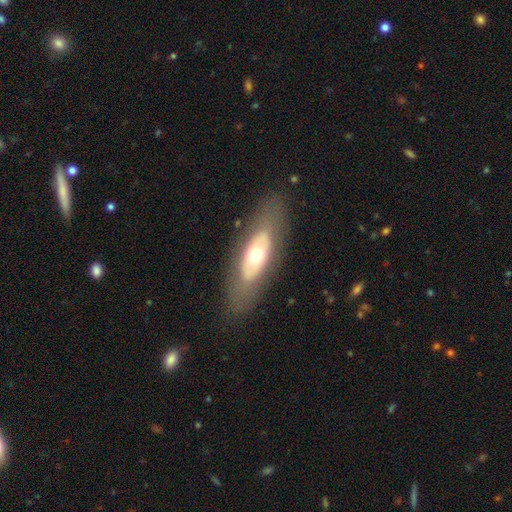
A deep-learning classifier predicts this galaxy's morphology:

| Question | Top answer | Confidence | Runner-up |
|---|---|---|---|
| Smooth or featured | featured or disk | 50% | smooth (44%) |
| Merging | none | 76% | minor disturbance (14%) |